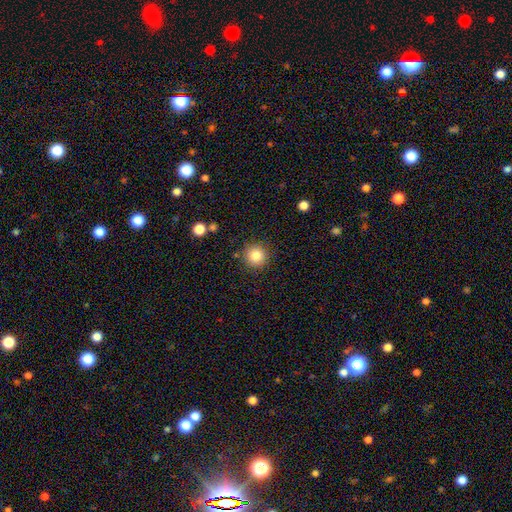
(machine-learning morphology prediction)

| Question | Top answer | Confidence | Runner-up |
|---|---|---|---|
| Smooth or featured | smooth | 82% | star or artifact (11%) |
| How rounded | round | 95% | in between (4%) |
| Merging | none | 88% | minor disturbance (8%) |